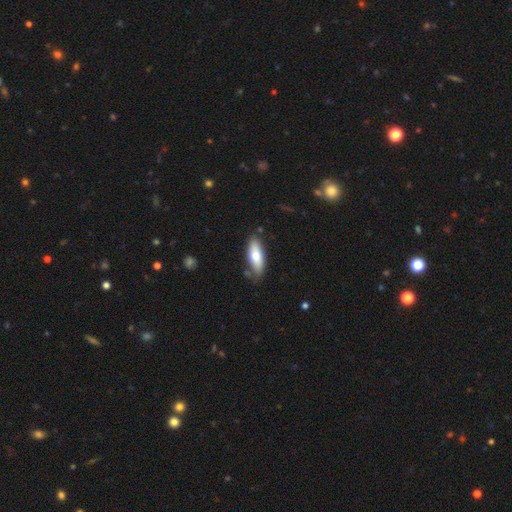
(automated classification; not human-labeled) Smooth or featured? Predicted: smooth (p=0.72). How rounded? Predicted: in between (p=0.67). Merging? Predicted: none (p=0.77).